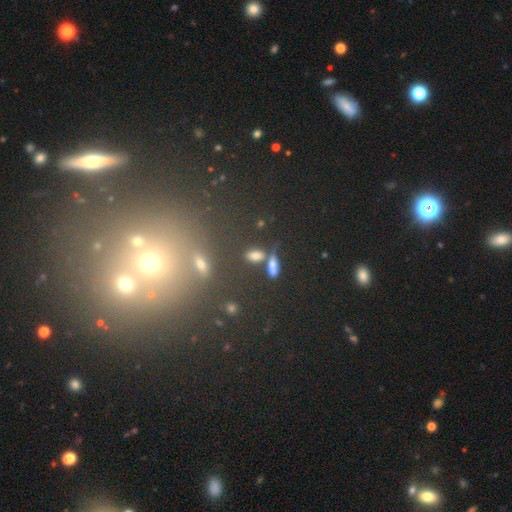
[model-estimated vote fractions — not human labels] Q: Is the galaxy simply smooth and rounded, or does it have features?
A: smooth — 74%.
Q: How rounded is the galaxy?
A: in between — 71%.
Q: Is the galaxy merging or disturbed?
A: none — 62%.